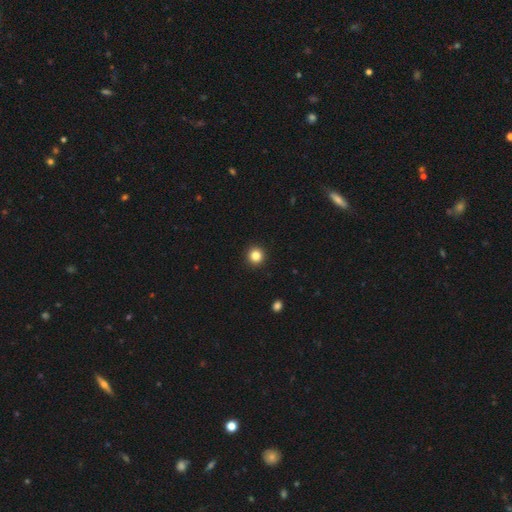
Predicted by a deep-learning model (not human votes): Smooth or featured? smooth (84%)
How rounded? round (95%)
Merging? none (93%)